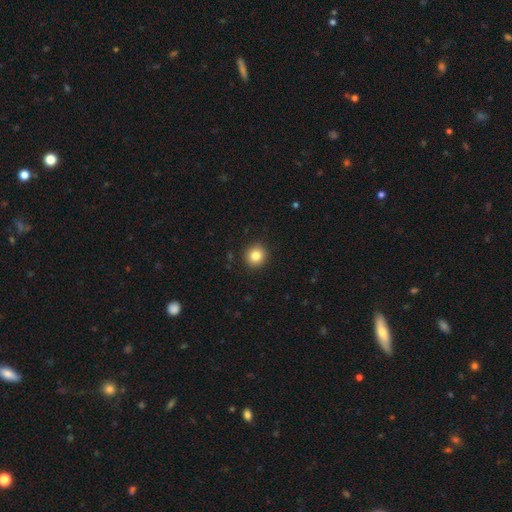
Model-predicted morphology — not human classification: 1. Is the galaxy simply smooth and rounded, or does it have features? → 83% smooth, 10% star or artifact, 7% featured or disk.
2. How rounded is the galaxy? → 93% round, 6% in between, 1% cigar-shaped.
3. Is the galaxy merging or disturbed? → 92% none, 5% minor disturbance, 2% major disturbance, 1% merger.